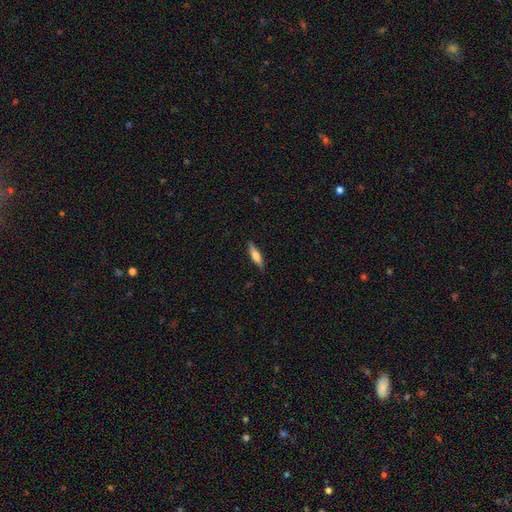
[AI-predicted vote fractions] The model was most divided on "smooth or featured": smooth: 56%, featured or disk: 38%, star or artifact: 6%. More confident: merging — none (86%); how rounded — cigar-shaped (72%).